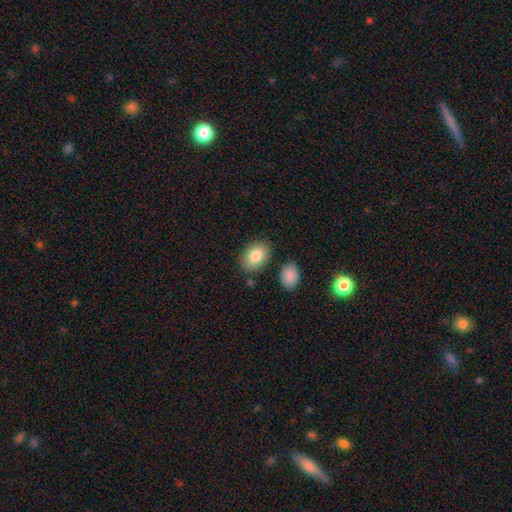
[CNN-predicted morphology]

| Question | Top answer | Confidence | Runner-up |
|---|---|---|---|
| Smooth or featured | smooth | 84% | featured or disk (9%) |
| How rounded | in between | 86% | round (13%) |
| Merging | none | 80% | minor disturbance (12%) |